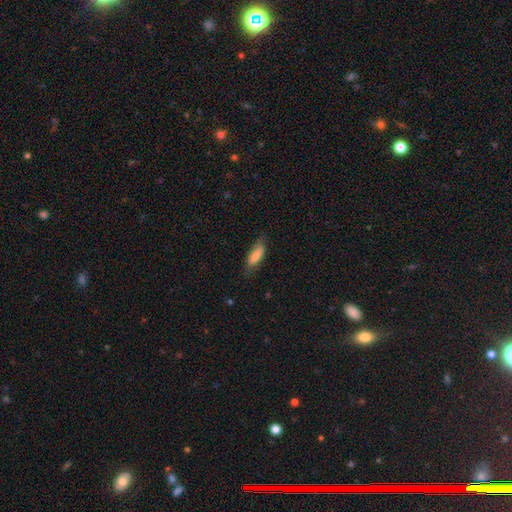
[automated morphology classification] smooth-or-featured: smooth: 76% | featured or disk: 18% | star or artifact: 6%
  how-rounded: in between: 60% | cigar-shaped: 38% | round: 2%
  merging: none: 69% | minor disturbance: 24% | major disturbance: 6% | merger: 1%